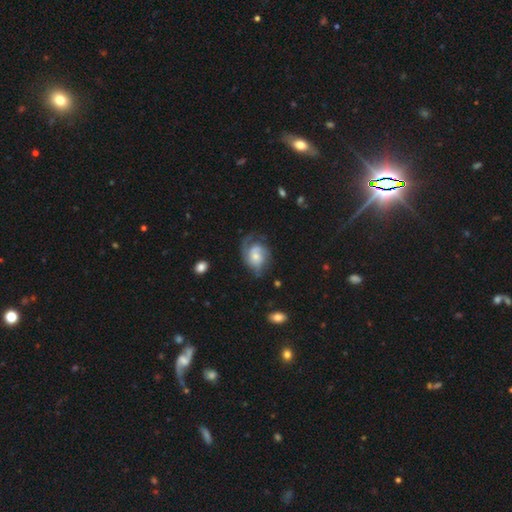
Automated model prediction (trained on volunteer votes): Smooth or featured?
  - featured or disk: 71% *
  - smooth: 22%
  - star or artifact: 7%
Edge-on disk?
  - no: 97% *
  - yes: 3%
Bar?
  - no: 69% *
  - weak: 27%
  - strong: 4%
Spiral arms?
  - yes: 91% *
  - no: 9%
Spiral winding?
  - medium: 42% *
  - tight: 35%
  - loose: 22%
Spiral arm count?
  - 2: 40% *
  - can't tell: 21%
  - 1: 19%
  - 3: 15%
  - 4: 3%
  - more than 4: 3%
Bulge size?
  - moderate: 45% *
  - small: 40%
  - large: 8%
  - none: 5%
  - dominant: 2%
Merging?
  - none: 53% *
  - minor disturbance: 24%
  - major disturbance: 21%
  - merger: 2%